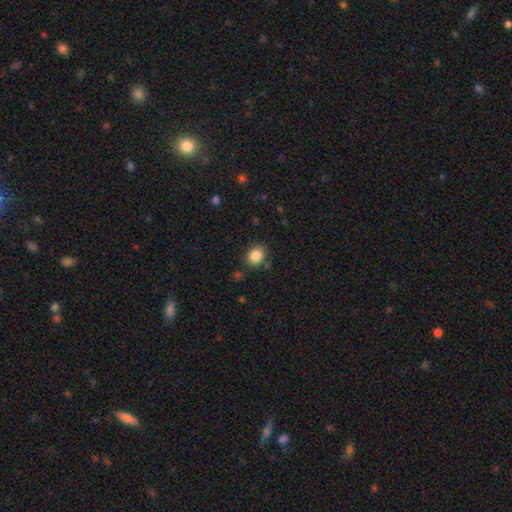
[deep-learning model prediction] smooth-or-featured: smooth: 86% | star or artifact: 9% | featured or disk: 5%
  how-rounded: in between: 52% | round: 48% | cigar-shaped: 1%
  merging: none: 81% | minor disturbance: 12% | major disturbance: 4% | merger: 3%